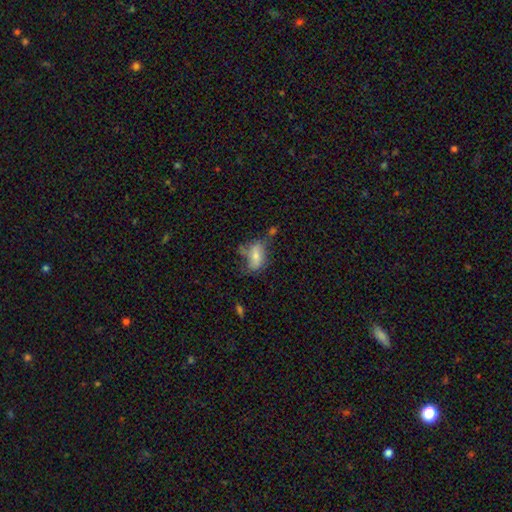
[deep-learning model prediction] Smooth or featured?
  - smooth: 61% *
  - featured or disk: 30%
  - star or artifact: 9%
How rounded?
  - in between: 86% *
  - round: 8%
  - cigar-shaped: 5%
Merging?
  - none: 38% *
  - minor disturbance: 29%
  - major disturbance: 21%
  - merger: 12%